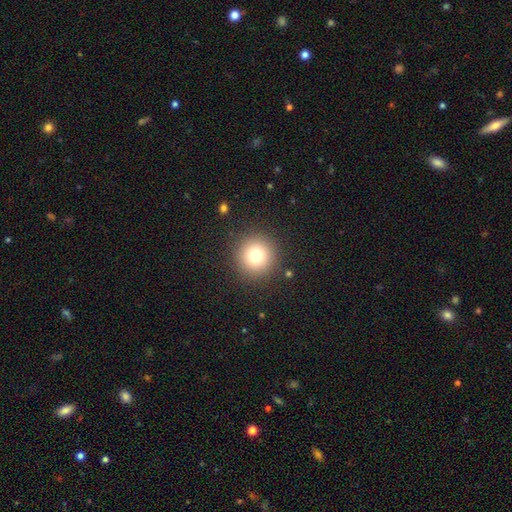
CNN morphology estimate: Smooth or featured? smooth (78%)
How rounded? round (95%)
Merging? none (90%)